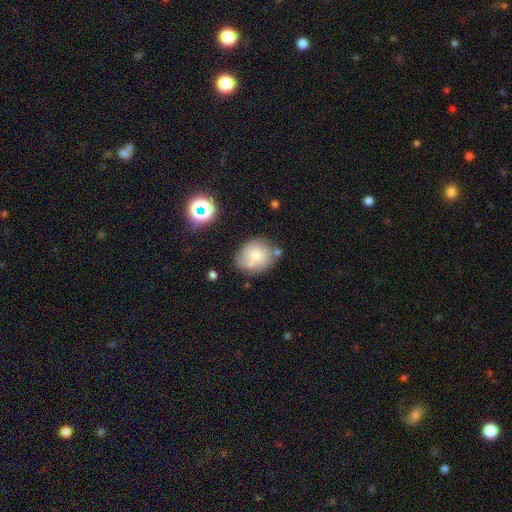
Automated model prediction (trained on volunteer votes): Smooth or featured: smooth — 69% (featured or disk — 20%)
How rounded: round — 66% (in between — 33%)
Merging: none — 63% (minor disturbance — 18%)